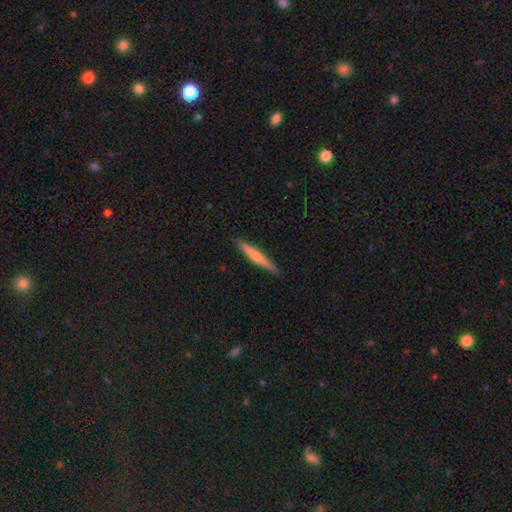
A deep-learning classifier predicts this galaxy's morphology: smooth 63%, featured or disk 32%, star or artifact 5%. Down the decision tree: how rounded — cigar-shaped (95%); merging — none (89%).